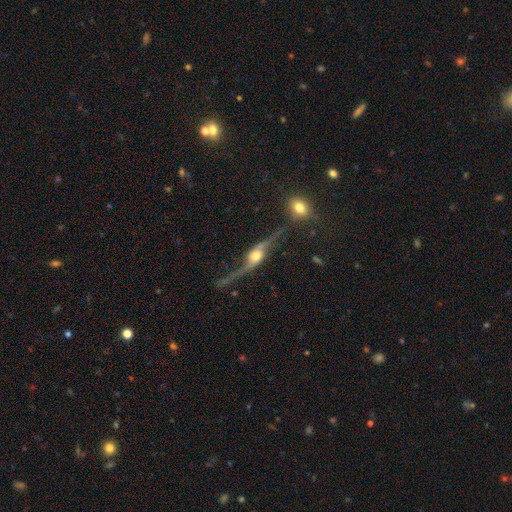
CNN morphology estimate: A featured or disk galaxy (87%). Merging: none (55%).